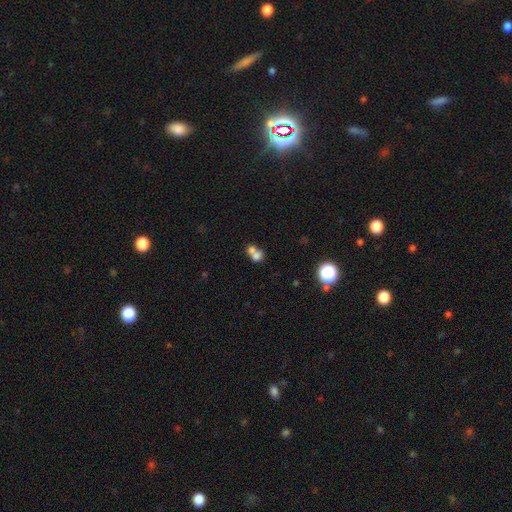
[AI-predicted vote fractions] A smooth galaxy with no disk features (70%) that is round (62%).

Vote fractions:
- Smooth or featured? smooth: 70% / featured or disk: 17% / star or artifact: 13%
- How rounded? round: 62% / in between: 37% / cigar-shaped: 1%
- Merging? merger: 68% / none: 23% / minor disturbance: 5% / major disturbance: 3%